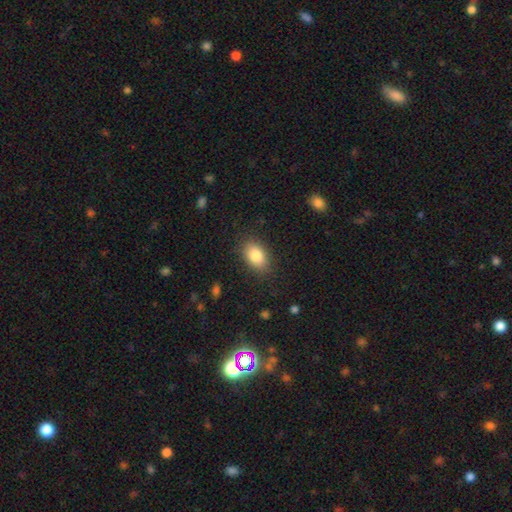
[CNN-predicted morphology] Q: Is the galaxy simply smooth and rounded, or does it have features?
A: smooth — 83%.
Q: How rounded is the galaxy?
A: in between — 86%.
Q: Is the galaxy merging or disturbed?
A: none — 85%.